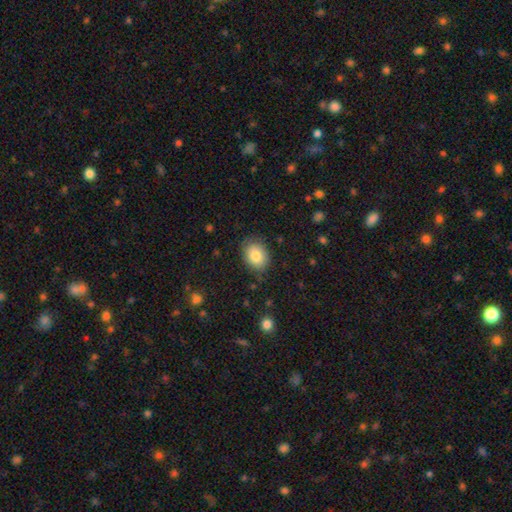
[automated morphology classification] Smooth or featured? smooth (82%)
How rounded? in between (67%)
Merging? none (81%)